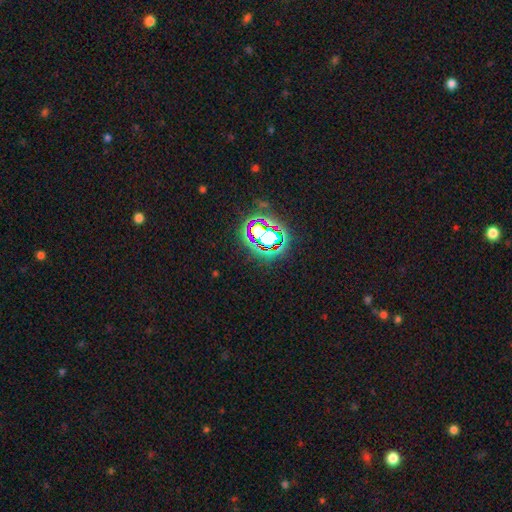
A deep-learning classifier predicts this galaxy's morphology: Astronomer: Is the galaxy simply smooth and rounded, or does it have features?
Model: star or artifact — 84%.